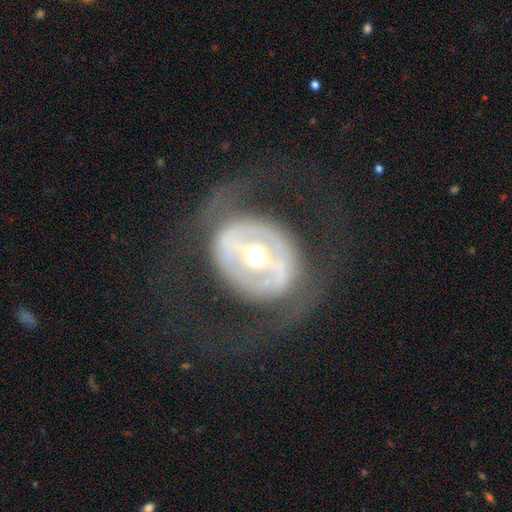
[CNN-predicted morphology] A featured or disk galaxy (76%) with a strong bar (50%), no spiral arms (59%) and a moderate central bulge (70%). Merging: none (64%).